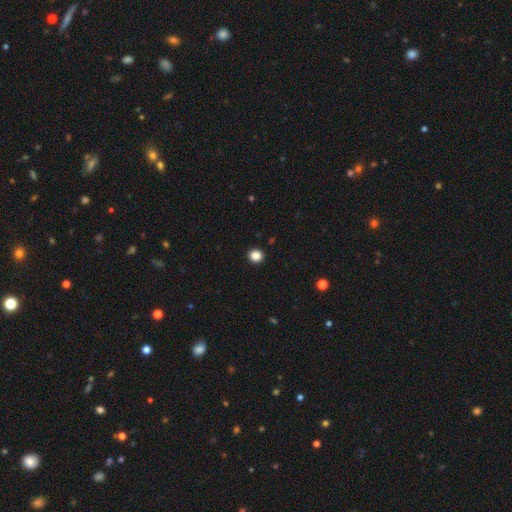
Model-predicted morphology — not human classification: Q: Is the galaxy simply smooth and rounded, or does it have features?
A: smooth — 86%.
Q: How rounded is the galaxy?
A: round — 91%.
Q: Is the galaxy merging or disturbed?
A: none — 93%.